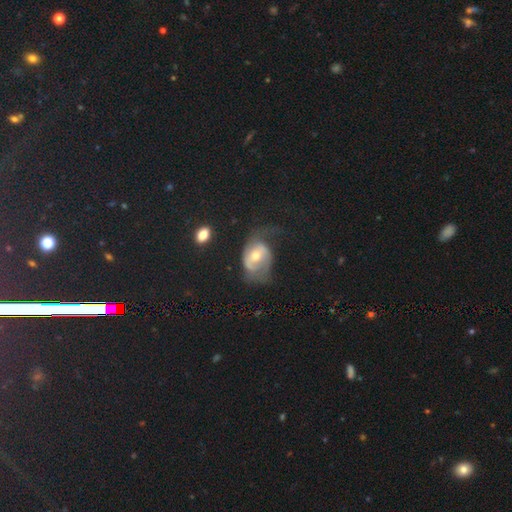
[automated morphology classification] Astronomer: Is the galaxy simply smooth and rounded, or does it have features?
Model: featured or disk — 61%.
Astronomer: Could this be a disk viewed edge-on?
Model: no — 95%.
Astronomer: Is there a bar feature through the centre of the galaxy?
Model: no — 47% (runner-up: weak, 36%).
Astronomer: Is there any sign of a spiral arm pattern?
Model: yes — 69%.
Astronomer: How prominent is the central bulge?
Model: moderate — 62%.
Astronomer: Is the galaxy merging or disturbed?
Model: major disturbance — 38% (runner-up: none, 35%).